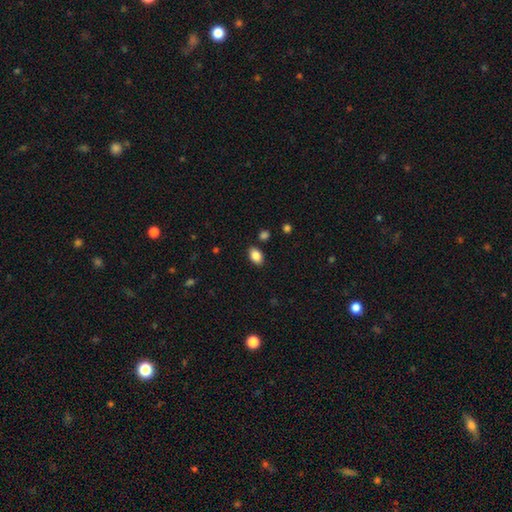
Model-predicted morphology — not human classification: This appears to be a smooth galaxy with no disk features (87%) that is in between round and cigar-shaped (87%). Merging: none (85%).